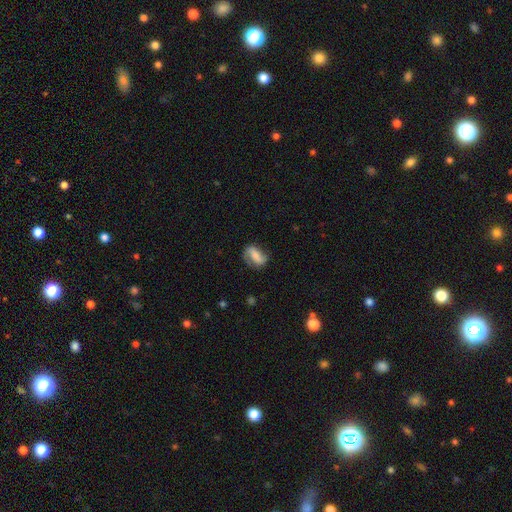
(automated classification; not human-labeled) Smooth or featured? featured or disk (50%)
Merging? none (62%)